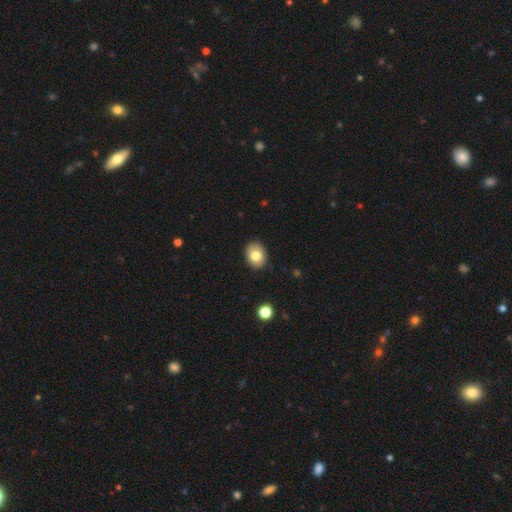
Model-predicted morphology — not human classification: This is likely a smooth galaxy (79%). How rounded: possibly in between (59%). Merging: clearly none (88%).